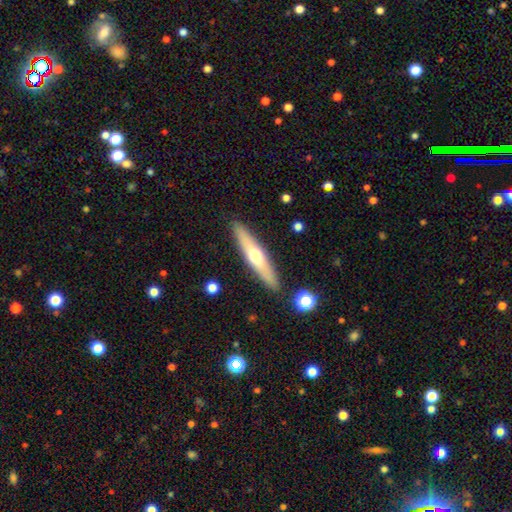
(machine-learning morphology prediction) type=featured or disk (51%); edge-on=yes (90%); merging=none (90%).